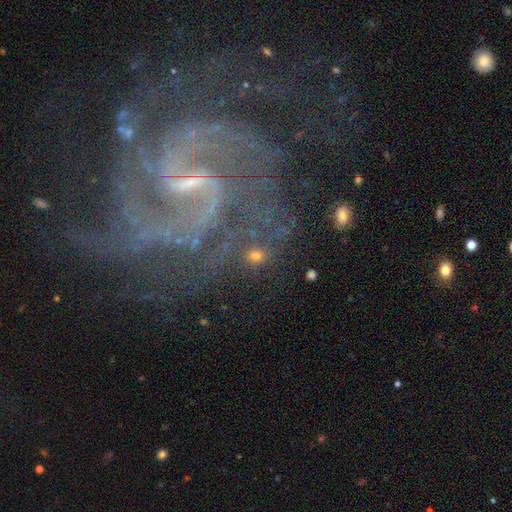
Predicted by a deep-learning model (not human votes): A smooth galaxy with no disk features (46%).

Vote fractions:
- Smooth or featured? smooth: 46% / star or artifact: 31% / featured or disk: 24%
- Merging? none: 71% / minor disturbance: 13% / major disturbance: 9% / merger: 7%